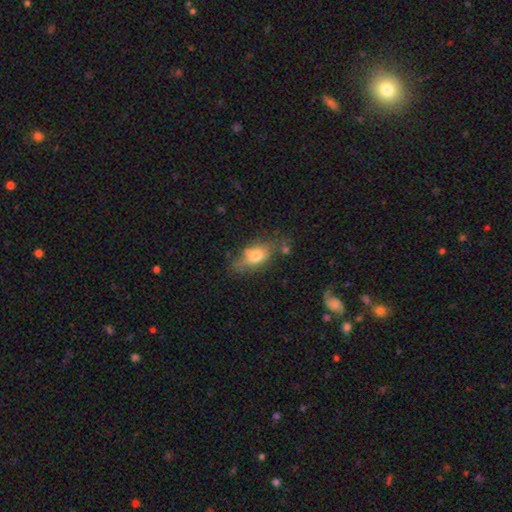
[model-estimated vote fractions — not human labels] Smooth or featured?
  - smooth: 64% *
  - featured or disk: 26%
  - star or artifact: 9%
How rounded?
  - in between: 77% *
  - cigar-shaped: 13%
  - round: 9%
Merging?
  - none: 55% *
  - minor disturbance: 21%
  - merger: 15%
  - major disturbance: 9%